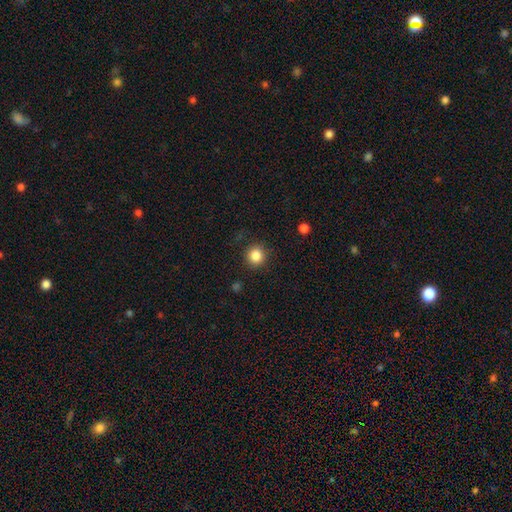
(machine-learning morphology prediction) Overall: smooth (85%). How rounded: round (93%). Merging: none (89%).